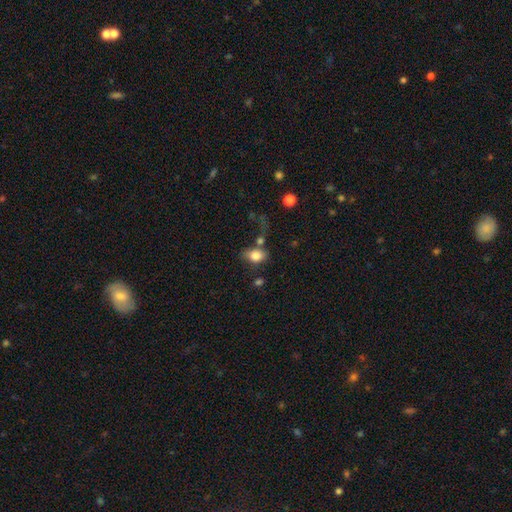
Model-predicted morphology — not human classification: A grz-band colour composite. It shows a smooth galaxy with no disk features (81%) that is in between round and cigar-shaped (73%). Merging: none (51%).